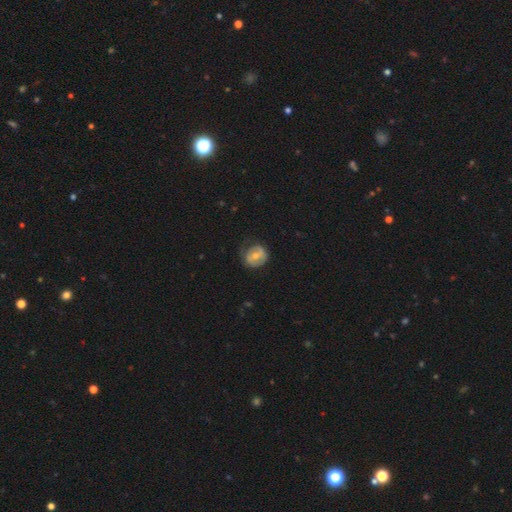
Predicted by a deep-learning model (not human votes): Smooth or featured?
  - smooth: 48% *
  - featured or disk: 45%
  - star or artifact: 7%
Merging?
  - none: 63% *
  - minor disturbance: 25%
  - major disturbance: 10%
  - merger: 1%